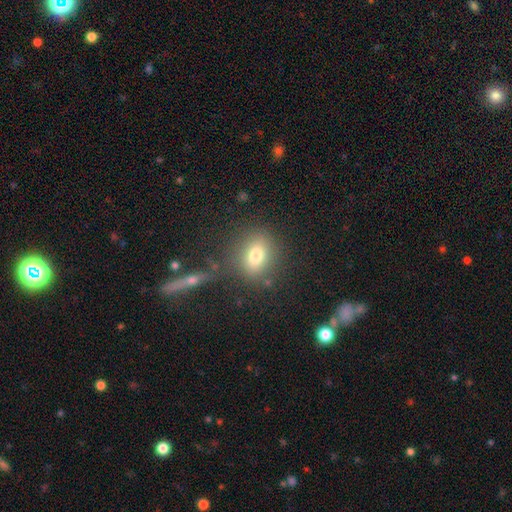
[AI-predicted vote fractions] Q: Smooth or featured?
A: smooth (73%); runner-up: featured or disk (15%)
Q: How rounded?
A: in between (50%); runner-up: round (46%)
Q: Merging?
A: none (78%); runner-up: minor disturbance (11%)